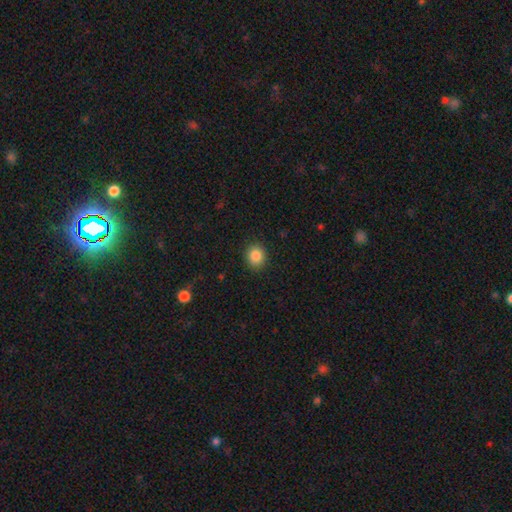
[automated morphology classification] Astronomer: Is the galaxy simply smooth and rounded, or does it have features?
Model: smooth — 86%.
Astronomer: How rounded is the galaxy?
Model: round — 74%.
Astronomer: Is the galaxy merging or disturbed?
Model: none — 90%.